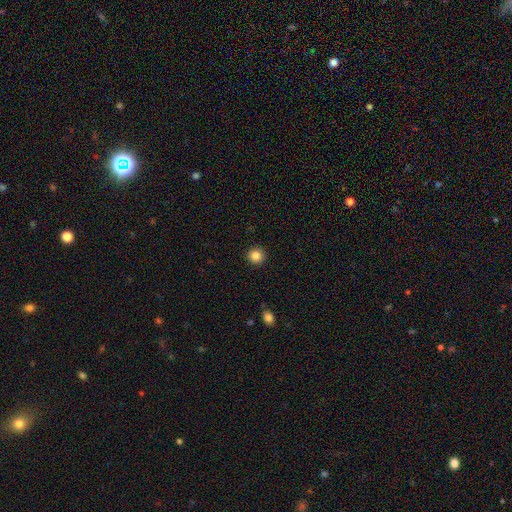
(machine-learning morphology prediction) This appears to be a smooth galaxy with no disk features (86%) that is round (94%). Merging: none (92%).